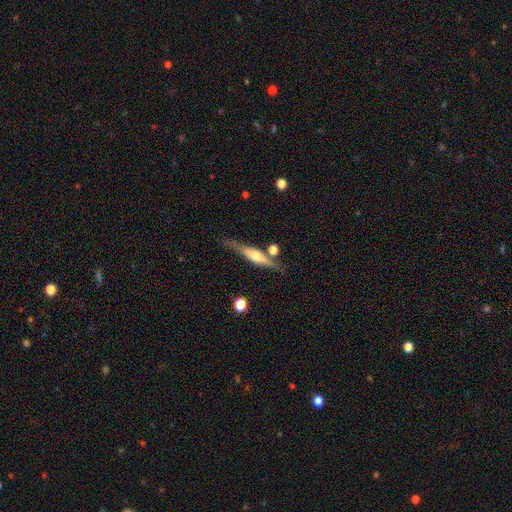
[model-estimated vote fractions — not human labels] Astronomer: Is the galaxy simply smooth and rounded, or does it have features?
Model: featured or disk — 65%.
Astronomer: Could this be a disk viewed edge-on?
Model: yes — 94%.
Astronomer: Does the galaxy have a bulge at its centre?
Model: rounded — 83%.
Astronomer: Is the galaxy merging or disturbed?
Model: none — 72%.